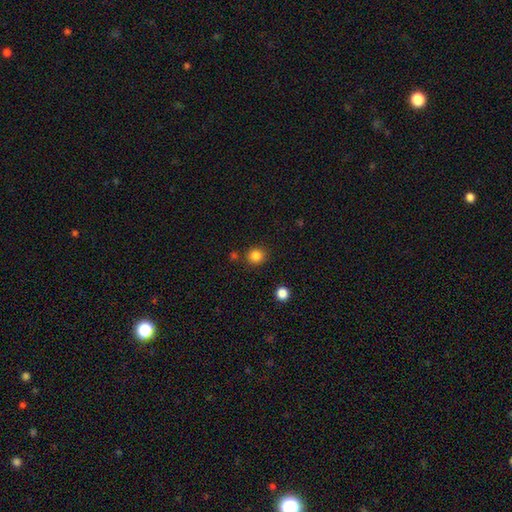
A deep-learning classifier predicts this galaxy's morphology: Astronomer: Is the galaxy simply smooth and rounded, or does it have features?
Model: smooth — 84%.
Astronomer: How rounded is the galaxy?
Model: round — 89%.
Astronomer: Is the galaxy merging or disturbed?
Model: none — 86%.